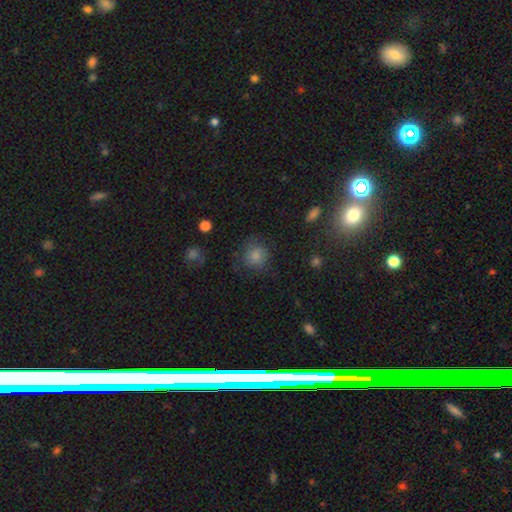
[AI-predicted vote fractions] Morphology: type=smooth (79%); roundness=round (88%); merging=none (75%).